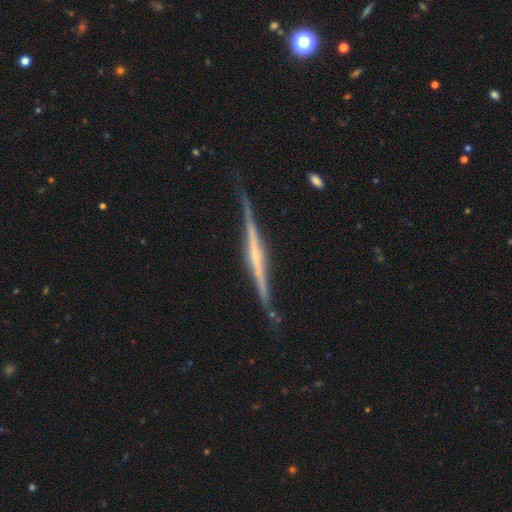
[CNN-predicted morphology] Smooth or featured?
  - featured or disk: 84% *
  - smooth: 11%
  - star or artifact: 5%
Edge-on disk?
  - yes: 98% *
  - no: 2%
Edge-on bulge?
  - rounded: 50% *
  - none: 36%
  - boxy: 14%
Merging?
  - none: 81% *
  - minor disturbance: 14%
  - major disturbance: 3%
  - merger: 2%